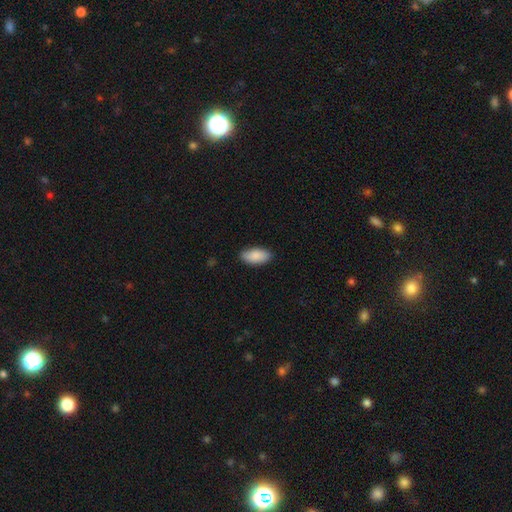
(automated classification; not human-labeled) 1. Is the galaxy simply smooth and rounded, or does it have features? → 88% smooth, 6% featured or disk, 6% star or artifact.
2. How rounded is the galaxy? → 91% in between, 7% cigar-shaped, 2% round.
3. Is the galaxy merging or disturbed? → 85% none, 12% minor disturbance, 2% major disturbance, 1% merger.